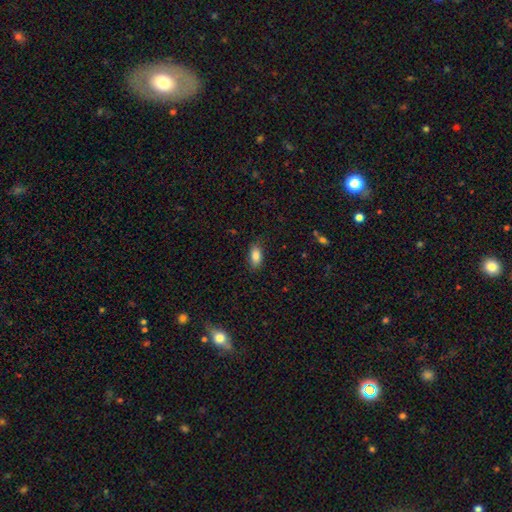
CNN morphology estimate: smooth 85%, star or artifact 8%, featured or disk 6%. Down the decision tree: how rounded — in between (89%); merging — none (84%).